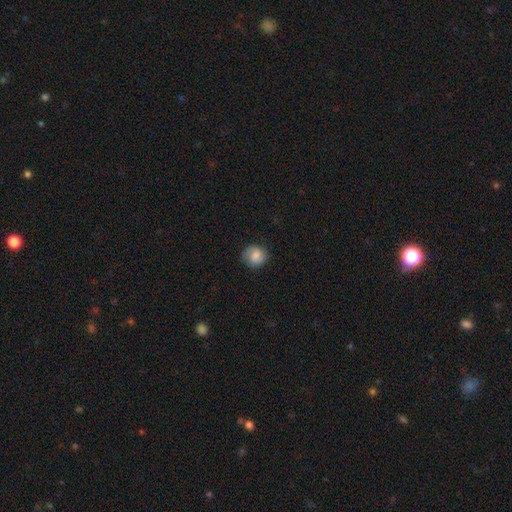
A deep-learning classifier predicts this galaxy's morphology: A smooth galaxy with no disk features (82%) that is round (83%). Merging: none (80%).